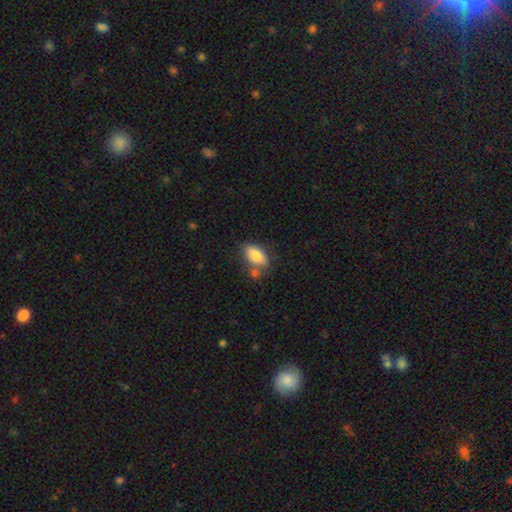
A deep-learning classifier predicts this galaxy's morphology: Smooth or featured: smooth — 83% (featured or disk — 10%)
How rounded: in between — 90% (round — 5%)
Merging: none — 62% (minor disturbance — 18%)